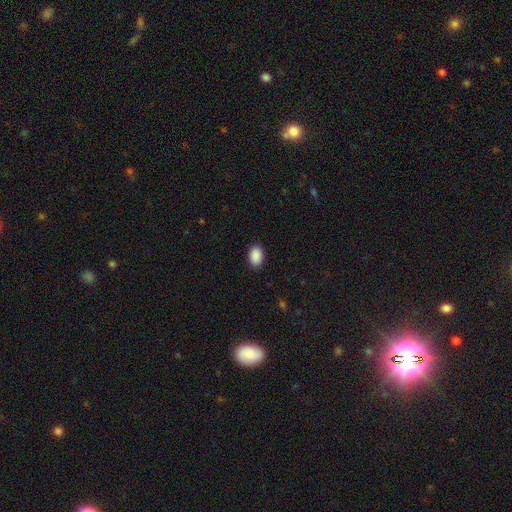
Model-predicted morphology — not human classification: smooth_or_featured: smooth (p=0.91) [alt: star or artifact p=0.07]
how_rounded: in between (p=0.86) [alt: round p=0.12]
merging: none (p=0.90) [alt: minor disturbance p=0.08]